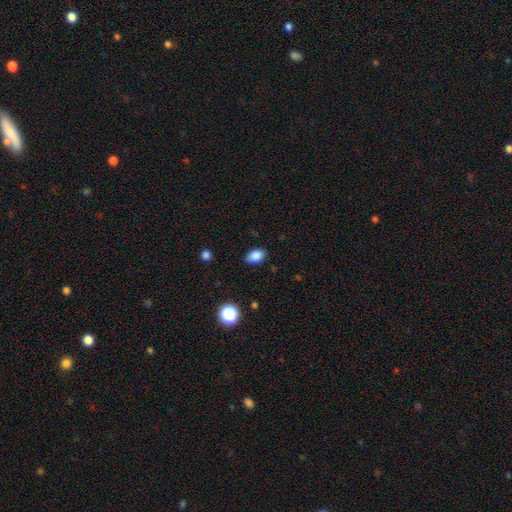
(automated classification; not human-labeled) This is clearly a smooth galaxy (86%). How rounded: clearly in between (87%). Merging: clearly none (83%).